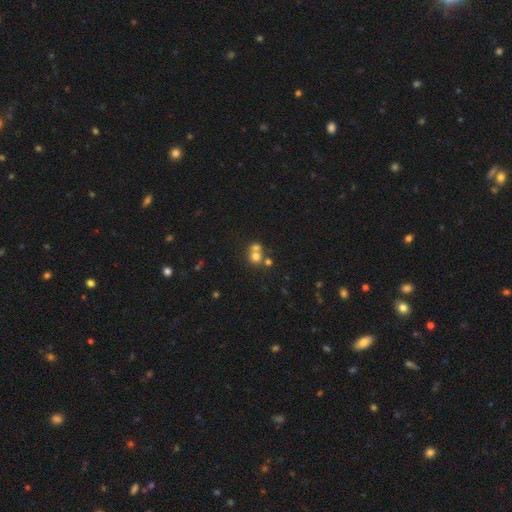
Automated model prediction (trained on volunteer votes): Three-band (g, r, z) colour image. It shows a smooth galaxy with no disk features (67%) that is round (83%). Merging: merger (54%).